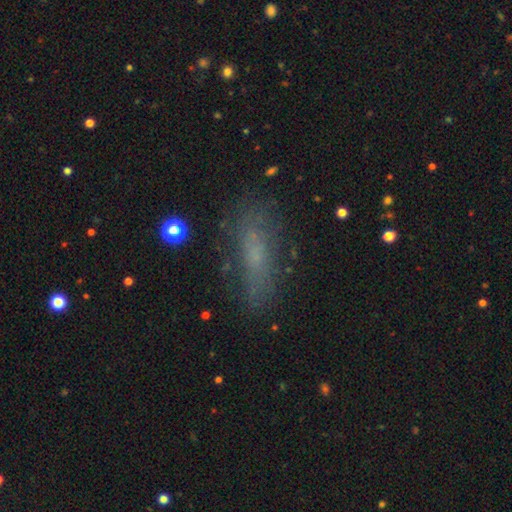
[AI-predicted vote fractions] This appears to be a smooth galaxy with no disk features (56%) that is in between round and cigar-shaped (54%). Merging: none (68%).